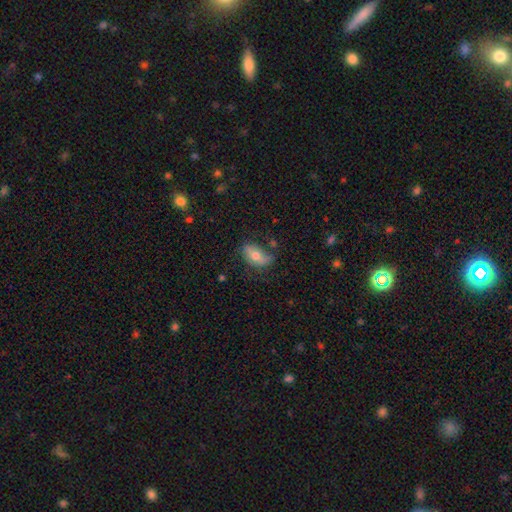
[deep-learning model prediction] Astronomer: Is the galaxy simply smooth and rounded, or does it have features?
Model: smooth — 60%.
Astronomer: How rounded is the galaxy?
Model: in between — 88%.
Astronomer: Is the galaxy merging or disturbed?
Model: none — 55%.